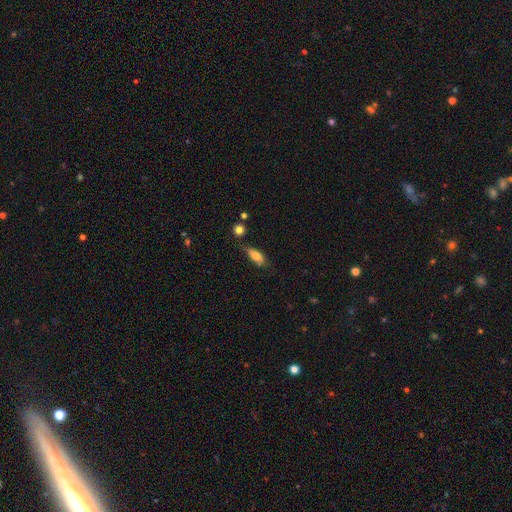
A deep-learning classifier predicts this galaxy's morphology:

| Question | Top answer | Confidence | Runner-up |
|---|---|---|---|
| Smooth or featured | smooth | 74% | featured or disk (18%) |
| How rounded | in between | 70% | cigar-shaped (26%) |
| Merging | none | 59% | minor disturbance (28%) |